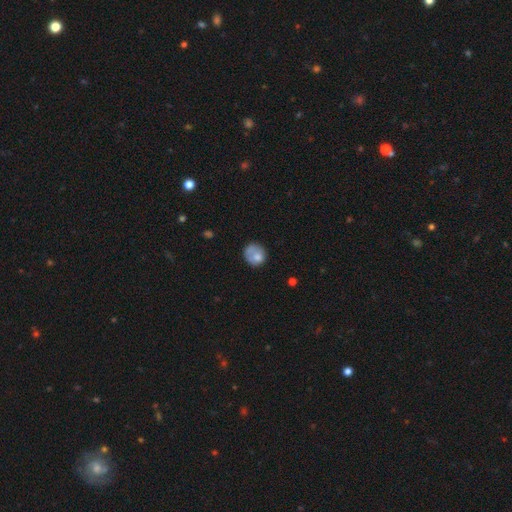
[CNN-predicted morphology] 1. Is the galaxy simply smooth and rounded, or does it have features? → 70% smooth, 21% featured or disk, 9% star or artifact.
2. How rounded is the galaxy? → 76% round, 23% in between, 1% cigar-shaped.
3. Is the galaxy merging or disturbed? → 51% none, 24% minor disturbance, 16% major disturbance, 8% merger.